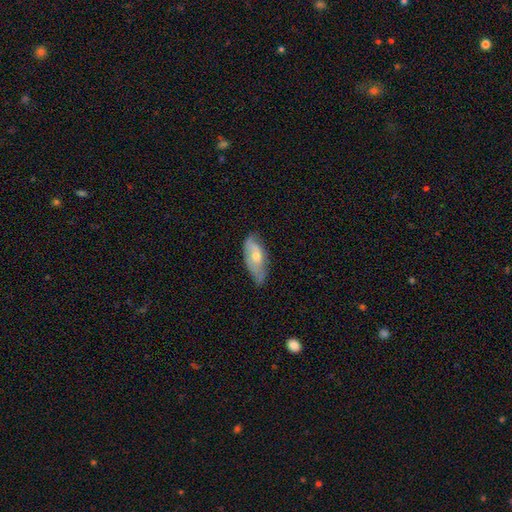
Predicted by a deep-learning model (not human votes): Smooth or featured: smooth — 47% (featured or disk — 46%)
Merging: none — 51% (minor disturbance — 37%)